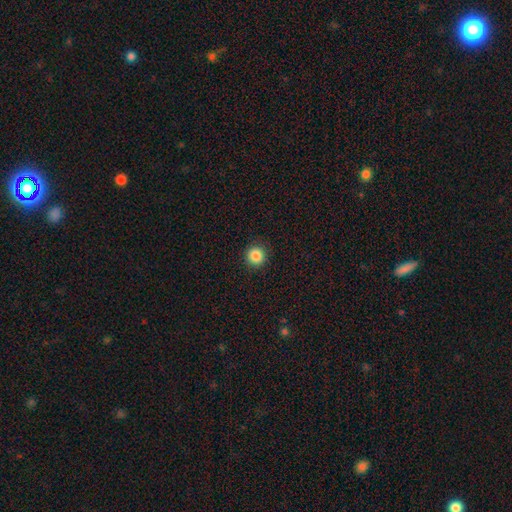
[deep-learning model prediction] Smooth or featured: smooth — 86% (star or artifact — 10%)
How rounded: round — 94% (in between — 5%)
Merging: none — 92% (minor disturbance — 5%)